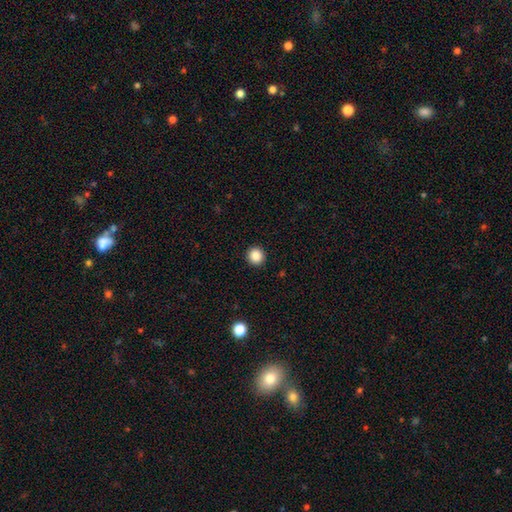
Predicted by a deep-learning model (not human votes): This appears to be a smooth galaxy with no disk features (87%) that is round (92%). Merging: none (93%).